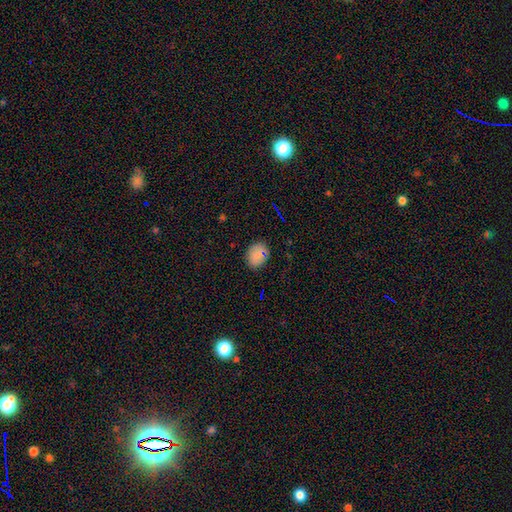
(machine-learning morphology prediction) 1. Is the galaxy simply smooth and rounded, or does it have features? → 81% smooth, 13% star or artifact, 6% featured or disk.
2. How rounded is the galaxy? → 60% in between, 39% round, 1% cigar-shaped.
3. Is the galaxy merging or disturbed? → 87% none, 10% minor disturbance, 2% major disturbance, 1% merger.